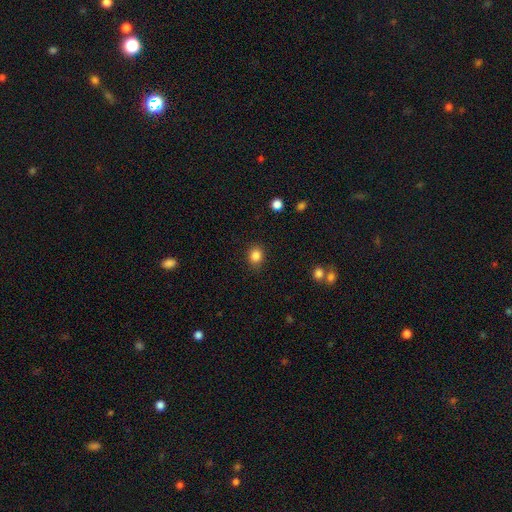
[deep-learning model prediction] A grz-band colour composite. It shows a smooth galaxy with no disk features (85%) that is round (73%). Merging: none (88%).